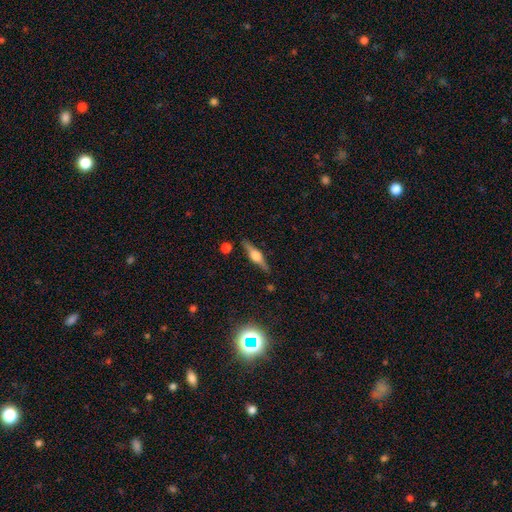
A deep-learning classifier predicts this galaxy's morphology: This appears to be a featured or disk galaxy (76%) viewed edge-on (97%) with a rounded central bulge (89%). Merging: none (87%).